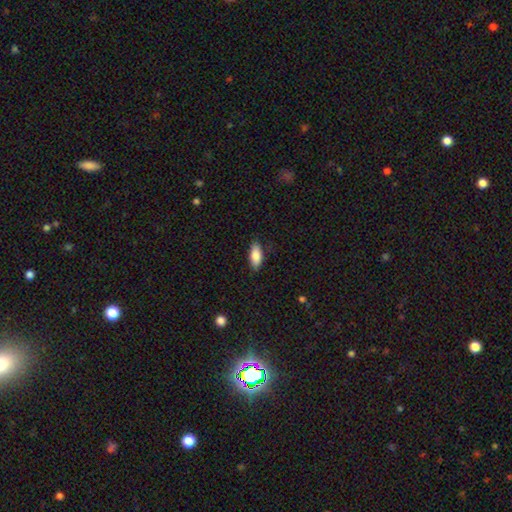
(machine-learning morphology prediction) Q: Smooth or featured?
A: smooth (84%); runner-up: featured or disk (9%)
Q: How rounded?
A: in between (82%); runner-up: cigar-shaped (16%)
Q: Merging?
A: none (84%); runner-up: minor disturbance (12%)